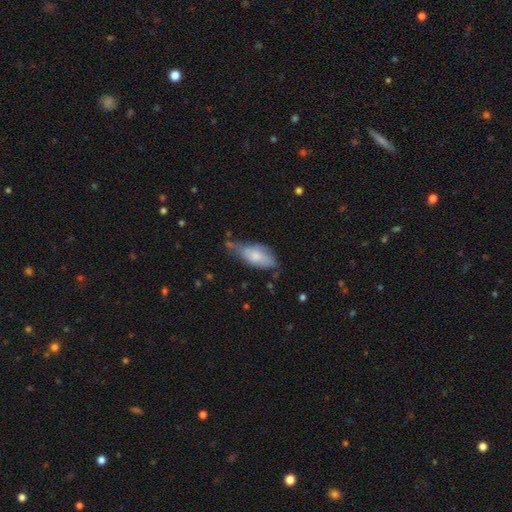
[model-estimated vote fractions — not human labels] Smooth or featured?
  - smooth: 67% *
  - featured or disk: 26%
  - star or artifact: 7%
How rounded?
  - in between: 86% *
  - cigar-shaped: 12%
  - round: 2%
Merging?
  - minor disturbance: 43% *
  - none: 36%
  - major disturbance: 15%
  - merger: 6%